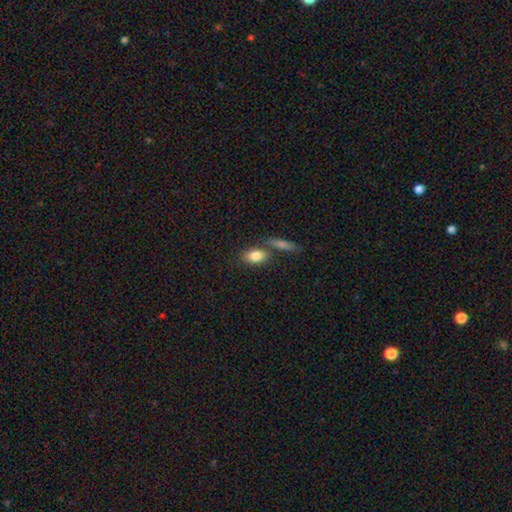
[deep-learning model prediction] This is clearly a smooth galaxy (83%). How rounded: clearly in between (82%). Merging: possibly none (60%).